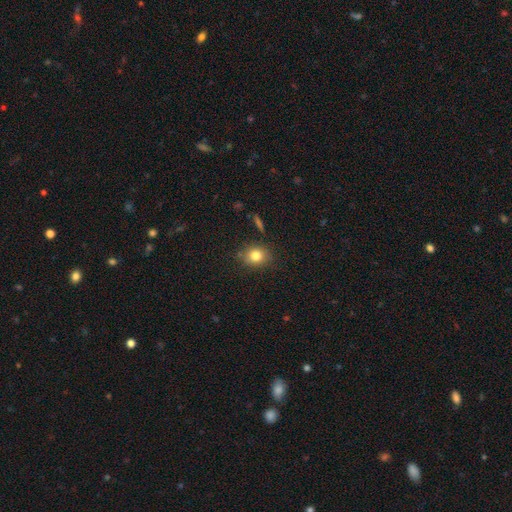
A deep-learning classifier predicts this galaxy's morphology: Overall: smooth (81%). How rounded: round (68%; in between 30%). Merging: none (80%).